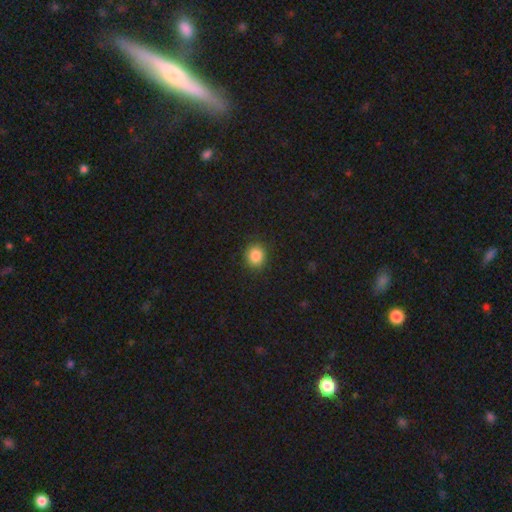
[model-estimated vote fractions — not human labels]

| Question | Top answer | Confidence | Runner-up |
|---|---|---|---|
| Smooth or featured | smooth | 86% | star or artifact (10%) |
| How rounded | round | 77% | in between (22%) |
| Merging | none | 89% | minor disturbance (8%) |